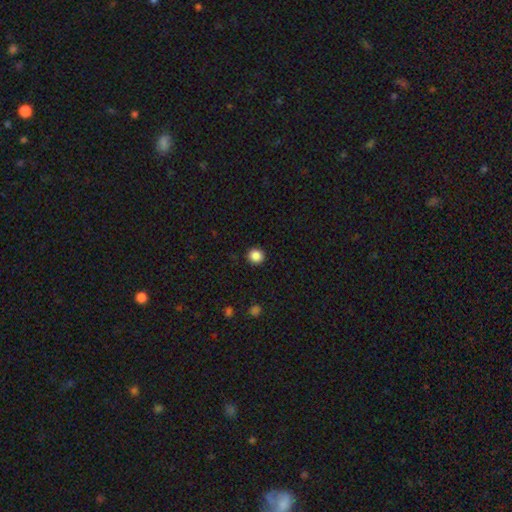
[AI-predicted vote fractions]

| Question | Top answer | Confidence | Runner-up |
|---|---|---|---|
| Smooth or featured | smooth | 87% | star or artifact (10%) |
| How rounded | round | 93% | in between (6%) |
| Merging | none | 92% | minor disturbance (5%) |